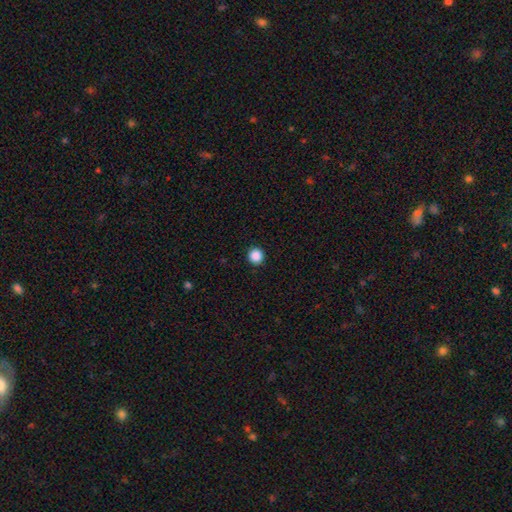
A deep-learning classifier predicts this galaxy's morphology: This is clearly a smooth galaxy (88%). How rounded: clearly round (96%). Merging: clearly none (94%).